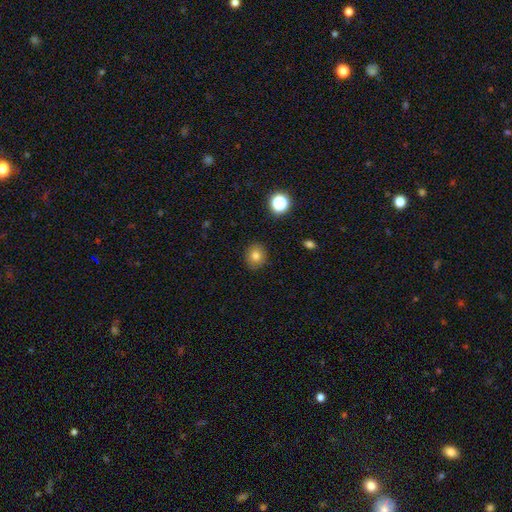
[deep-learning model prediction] A smooth galaxy with no disk features (79%) that is round (78%).

Vote fractions:
- Smooth or featured? smooth: 79% / star or artifact: 13% / featured or disk: 9%
- How rounded? round: 78% / in between: 21% / cigar-shaped: 1%
- Merging? none: 89% / minor disturbance: 8% / major disturbance: 2% / merger: 1%